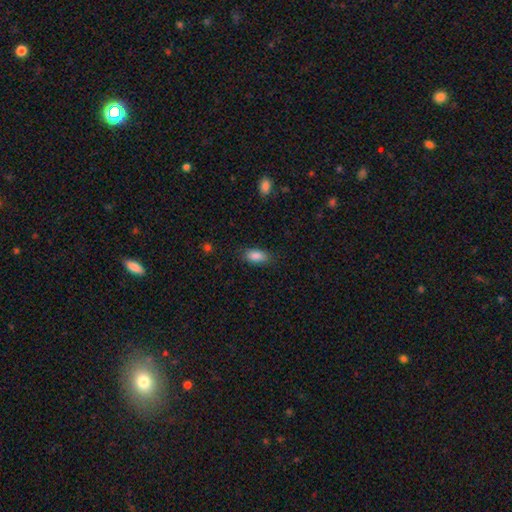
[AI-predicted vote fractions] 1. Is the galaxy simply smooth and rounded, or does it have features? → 88% smooth, 7% star or artifact, 5% featured or disk.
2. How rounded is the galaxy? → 89% in between, 8% cigar-shaped, 3% round.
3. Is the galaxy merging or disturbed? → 84% none, 12% minor disturbance, 3% major disturbance, 1% merger.